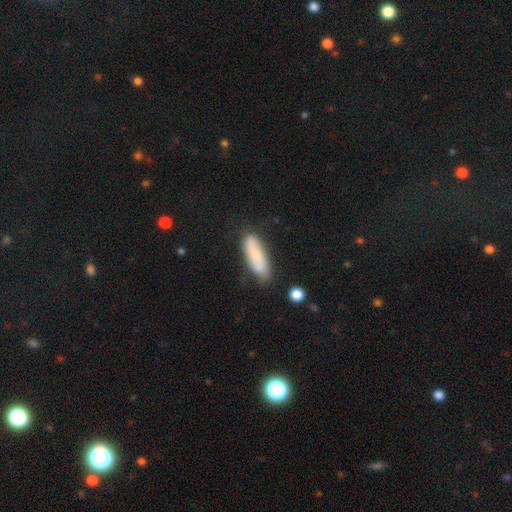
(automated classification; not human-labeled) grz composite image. It shows a smooth galaxy with no disk features (73%) that is cigar-shaped (54%). Merging: none (71%).